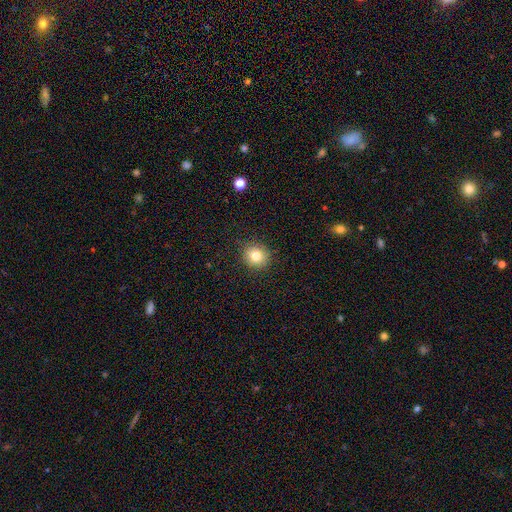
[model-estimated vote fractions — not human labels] smooth-or-featured: smooth: 81% | star or artifact: 11% | featured or disk: 8%
  how-rounded: round: 84% | in between: 15% | cigar-shaped: 1%
  merging: none: 89% | minor disturbance: 8% | major disturbance: 2% | merger: 1%